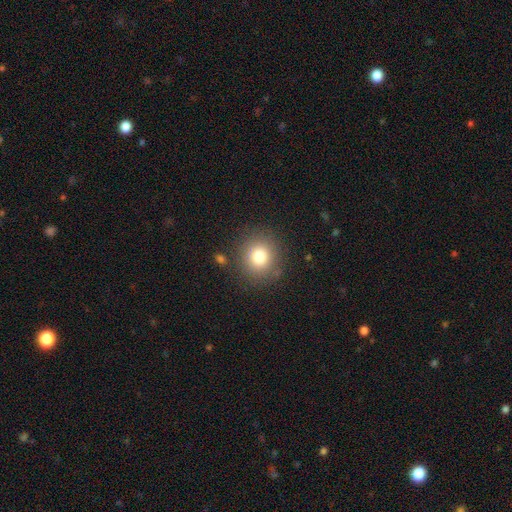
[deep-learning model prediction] Smooth or featured? smooth (78%)
How rounded? round (90%)
Merging? none (87%)